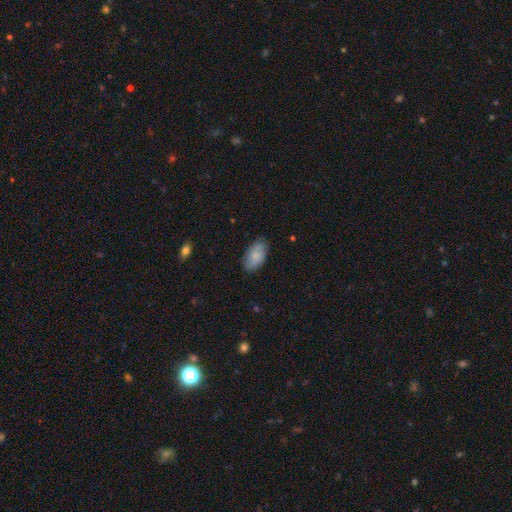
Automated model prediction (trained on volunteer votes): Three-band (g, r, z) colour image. It shows a smooth galaxy with no disk features (81%) that is in between round and cigar-shaped (94%). Merging: none (81%).